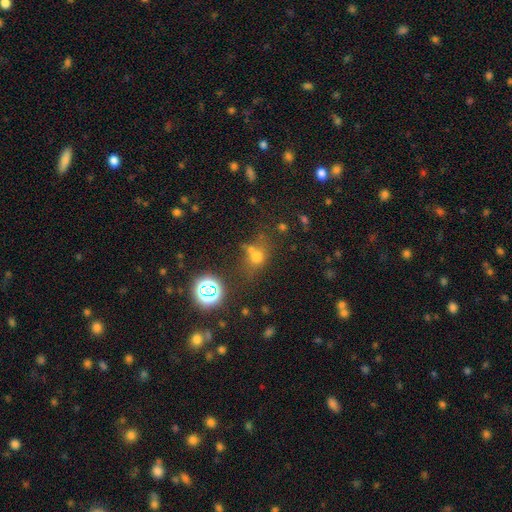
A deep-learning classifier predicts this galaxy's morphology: Smooth or featured?
  - smooth: 62% *
  - star or artifact: 27%
  - featured or disk: 12%
How rounded?
  - round: 65% *
  - in between: 33%
  - cigar-shaped: 2%
Merging?
  - none: 51% *
  - merger: 22%
  - minor disturbance: 16%
  - major disturbance: 11%